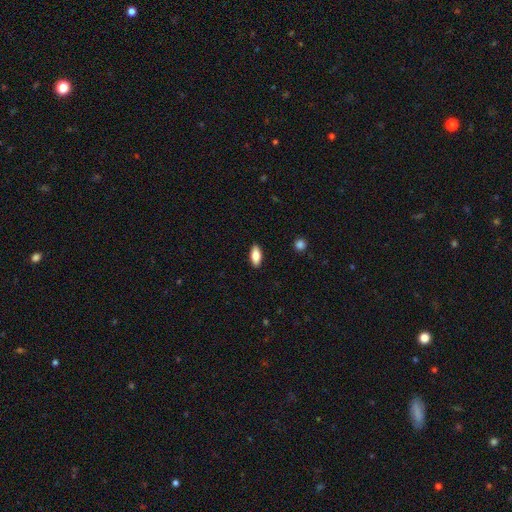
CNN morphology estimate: Smooth or featured? Predicted: smooth (p=0.80). How rounded? Predicted: in between (p=0.84). Merging? Predicted: none (p=0.89).